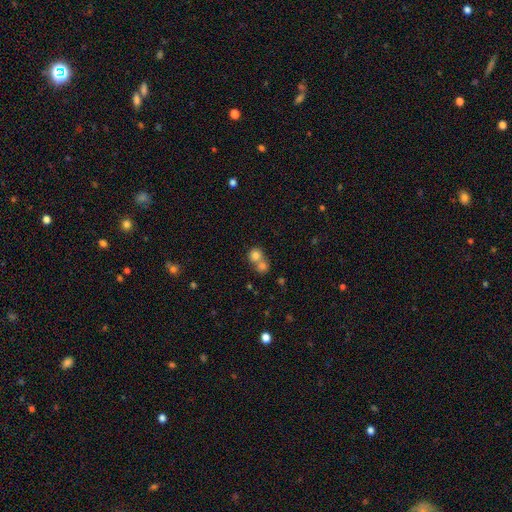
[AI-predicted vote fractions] smooth 78%, star or artifact 11%, featured or disk 11%. Down the decision tree: how rounded — round (84%); merging — merger (55%).